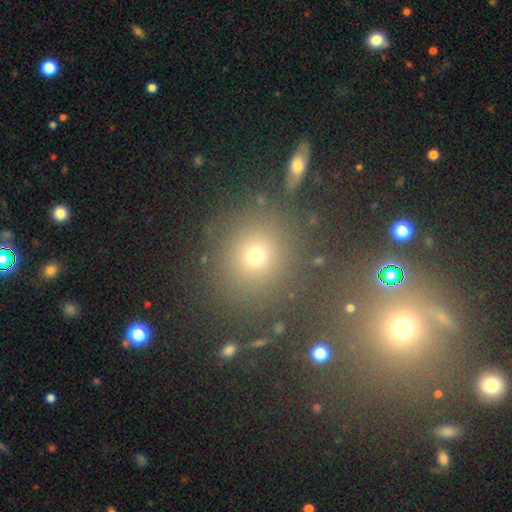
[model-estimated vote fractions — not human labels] A smooth galaxy with no disk features (67%) that is round (85%). Merging: none (80%).